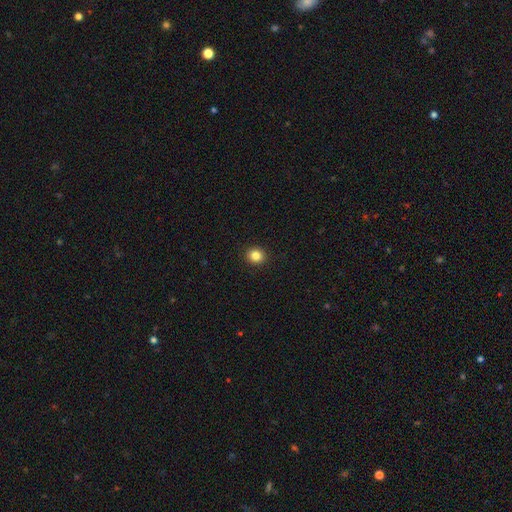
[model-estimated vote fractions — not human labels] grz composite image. It shows a smooth galaxy with no disk features (84%) that is round (86%). Merging: none (93%).